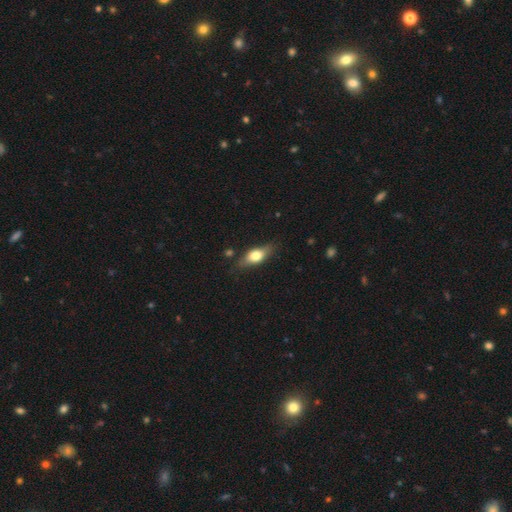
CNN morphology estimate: Q: Smooth or featured?
A: smooth (61%); runner-up: featured or disk (31%)
Q: How rounded?
A: in between (72%); runner-up: cigar-shaped (21%)
Q: Merging?
A: none (76%); runner-up: minor disturbance (17%)